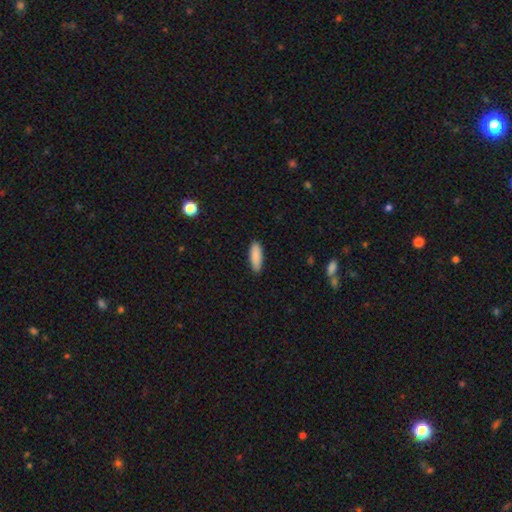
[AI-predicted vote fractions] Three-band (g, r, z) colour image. It shows a smooth galaxy with no disk features (89%) that is in between round and cigar-shaped (58%). Merging: none (88%).